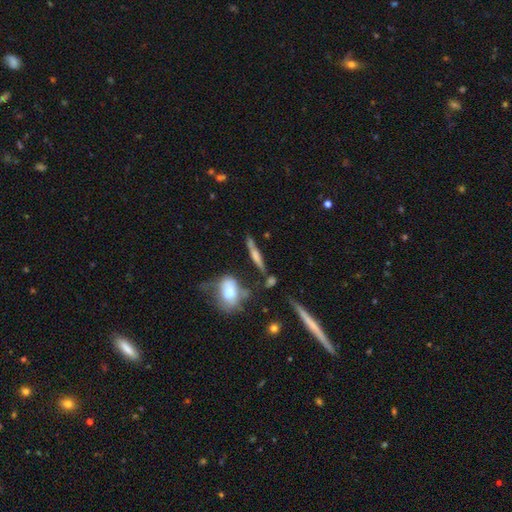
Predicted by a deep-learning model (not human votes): smooth-or-featured: smooth: 49% | featured or disk: 42% | star or artifact: 9%
  merging: none: 62% | minor disturbance: 19% | merger: 12% | major disturbance: 8%